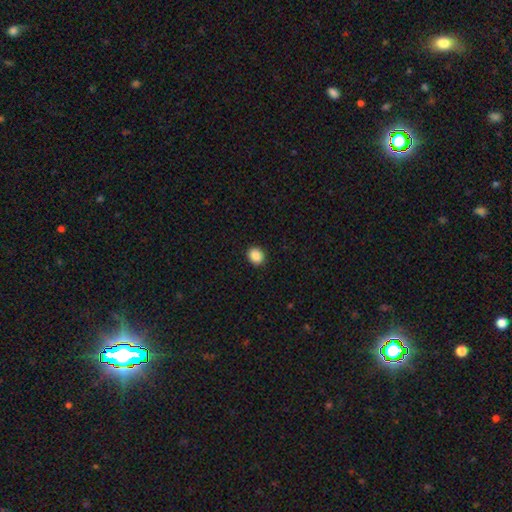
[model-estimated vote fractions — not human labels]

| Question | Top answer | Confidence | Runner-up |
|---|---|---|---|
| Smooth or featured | smooth | 89% | star or artifact (9%) |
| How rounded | round | 55% | in between (44%) |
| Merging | none | 91% | minor disturbance (6%) |